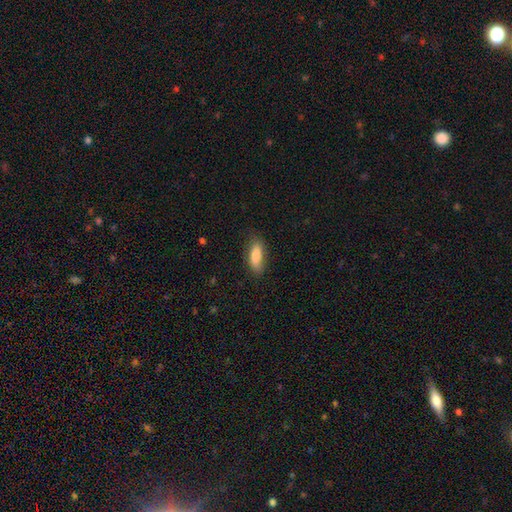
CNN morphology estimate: Q: Smooth or featured?
A: smooth (81%); runner-up: featured or disk (13%)
Q: How rounded?
A: in between (67%); runner-up: cigar-shaped (31%)
Q: Merging?
A: none (77%); runner-up: minor disturbance (18%)